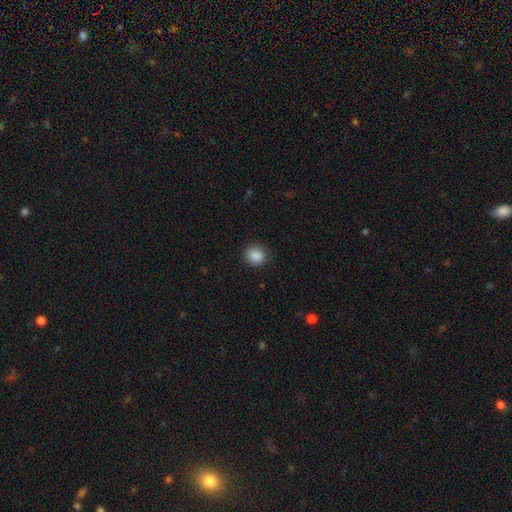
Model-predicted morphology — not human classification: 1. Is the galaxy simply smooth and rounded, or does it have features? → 88% smooth, 9% star or artifact, 3% featured or disk.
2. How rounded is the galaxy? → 86% round, 13% in between, 1% cigar-shaped.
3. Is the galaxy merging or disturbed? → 87% none, 9% minor disturbance, 3% major disturbance, 1% merger.